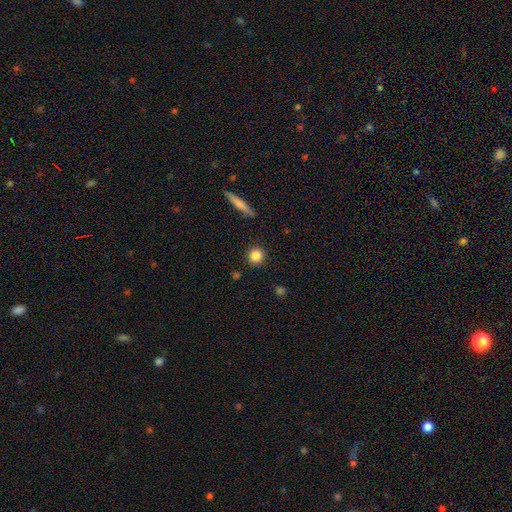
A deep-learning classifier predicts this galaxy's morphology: This appears to be a smooth galaxy with no disk features (85%) that is round (89%). Merging: none (89%).